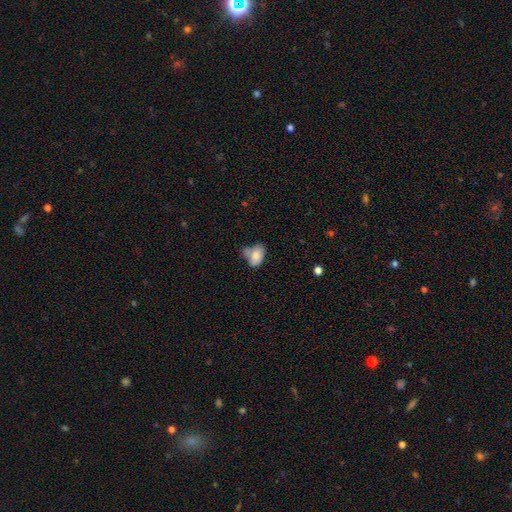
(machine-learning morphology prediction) Smooth or featured: smooth — 74% (featured or disk — 17%)
How rounded: in between — 81% (round — 18%)
Merging: minor disturbance — 32% (tied with none — 32%)